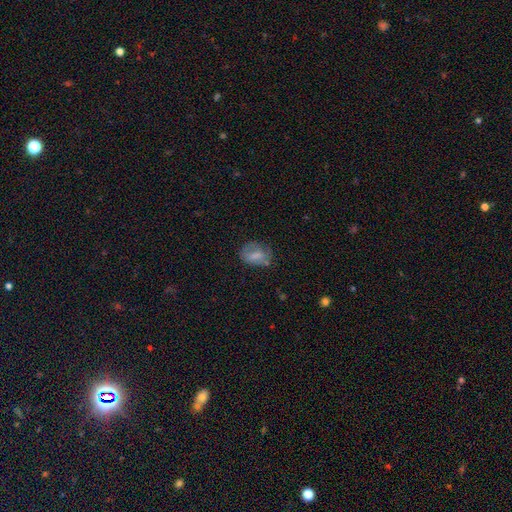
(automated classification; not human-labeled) This is likely a smooth galaxy (66%). How rounded: likely in between (69%). Merging: possibly none (53%).